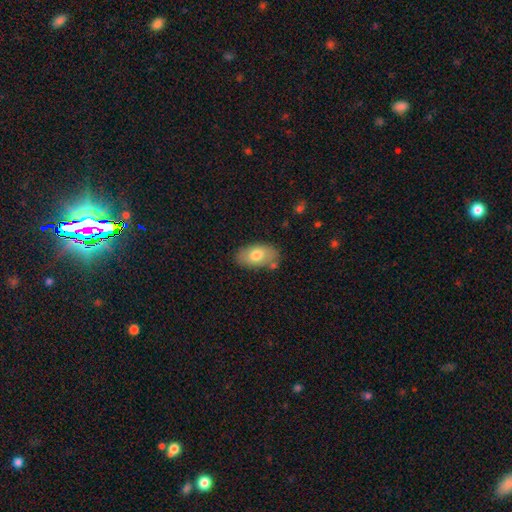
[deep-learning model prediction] This appears to be a smooth galaxy with no disk features (74%) that is in between round and cigar-shaped (93%). Merging: none (74%).